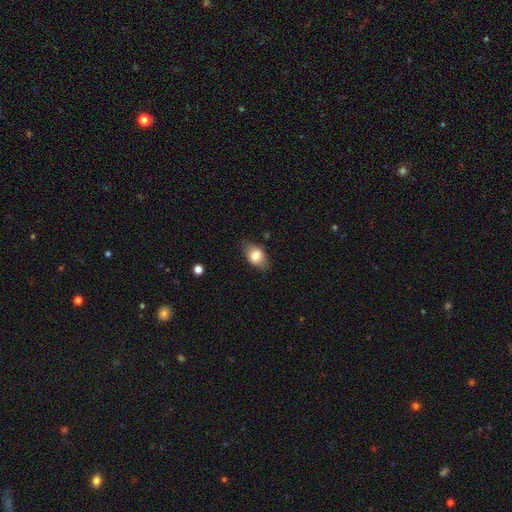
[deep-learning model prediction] A smooth galaxy with no disk features (77%) that is in between round and cigar-shaped (85%). Merging: none (79%).